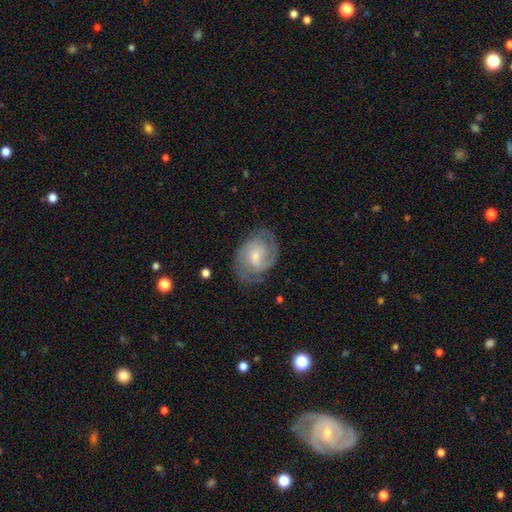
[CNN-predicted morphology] smooth-or-featured: featured or disk: 75% | smooth: 19% | star or artifact: 6%
  disk-edge-on: no: 97% | yes: 3%
    bar: weak: 50% | no: 40% | strong: 10%
    has-spiral-arms: yes: 92% | no: 8%
      spiral-winding: tight: 44% | medium: 43% | loose: 13%
      spiral-arm-count: 2: 61% | can't tell: 19% | 3: 10% | 1: 5% | 4: 3% | more than 4: 2%
    bulge-size: small: 55% | moderate: 34% | none: 6% | large: 4% | dominant: 1%
  merging: none: 70% | minor disturbance: 20% | major disturbance: 9% | merger: 1%